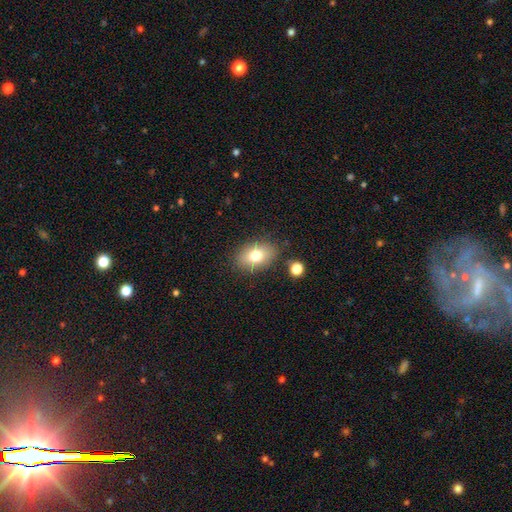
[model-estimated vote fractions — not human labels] Q: Smooth or featured?
A: smooth (75%); runner-up: featured or disk (15%)
Q: How rounded?
A: in between (82%); runner-up: round (16%)
Q: Merging?
A: none (82%); runner-up: minor disturbance (11%)